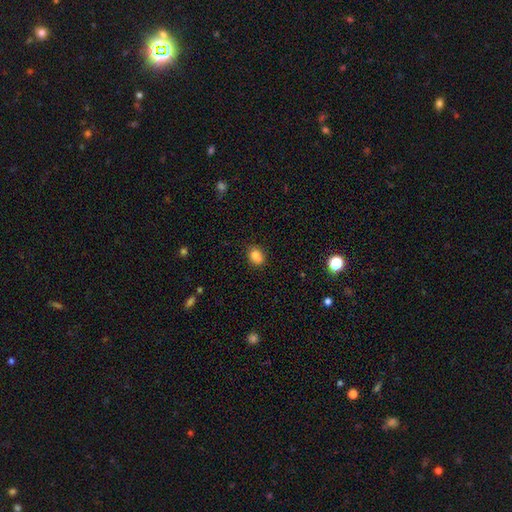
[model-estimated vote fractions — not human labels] Smooth or featured?
  - smooth: 83% *
  - star or artifact: 11%
  - featured or disk: 7%
How rounded?
  - in between: 58% *
  - round: 41%
  - cigar-shaped: 1%
Merging?
  - none: 82% *
  - minor disturbance: 13%
  - merger: 3%
  - major disturbance: 3%